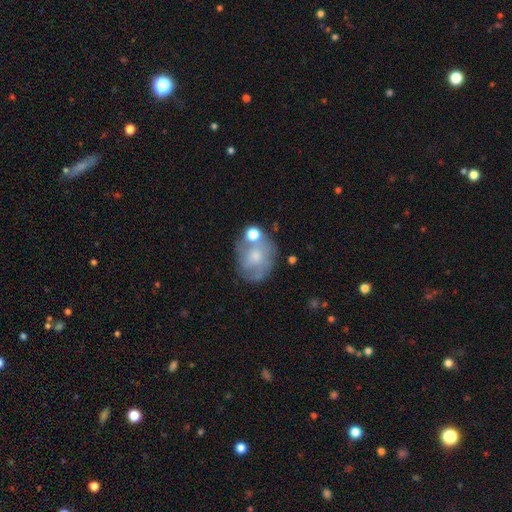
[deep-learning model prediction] smooth-or-featured: smooth: 47% | featured or disk: 43% | star or artifact: 10%
  merging: none: 48% | minor disturbance: 22% | merger: 17% | major disturbance: 13%